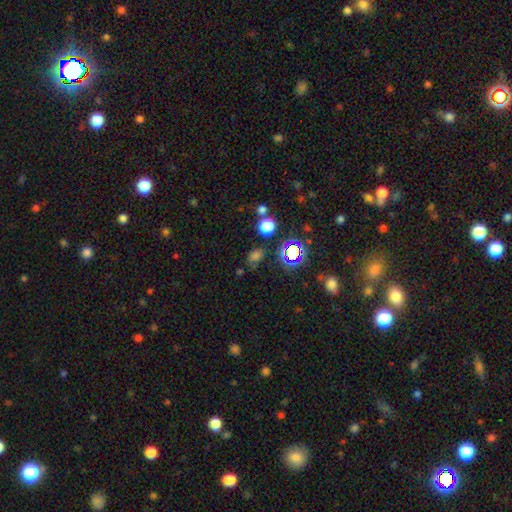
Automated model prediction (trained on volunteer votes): Morphology: type=smooth (49%); merging=none (72%).